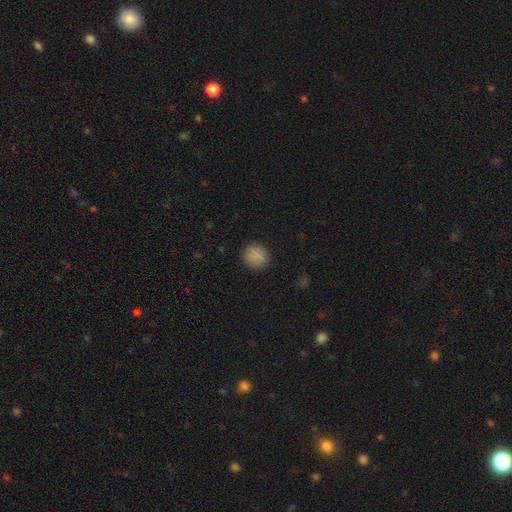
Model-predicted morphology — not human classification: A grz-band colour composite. It shows a smooth galaxy with no disk features (87%) that is round (88%). Merging: none (89%).